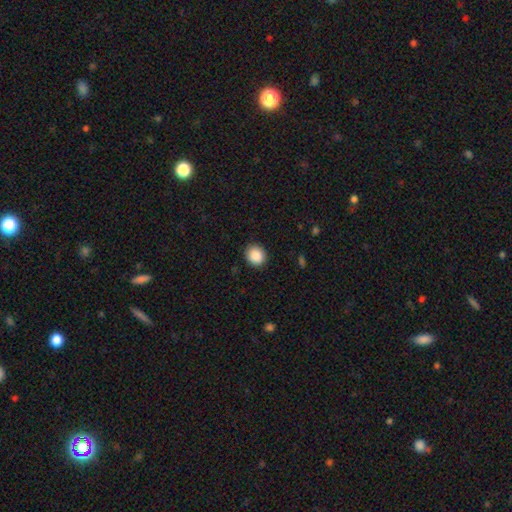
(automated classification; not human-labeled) smooth 89%, star or artifact 8%, featured or disk 3%. Down the decision tree: how rounded — round (78%); merging — none (89%).